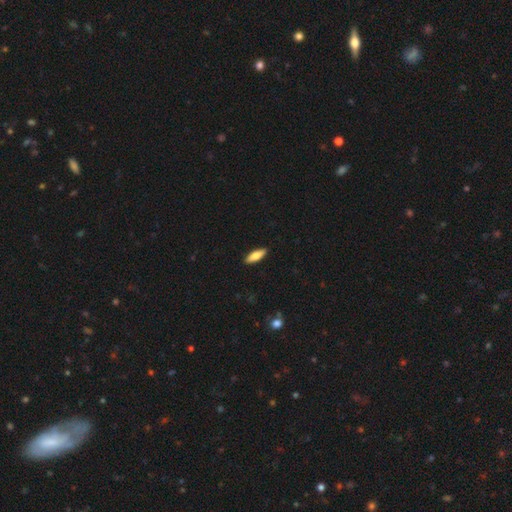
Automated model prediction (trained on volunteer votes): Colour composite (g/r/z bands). It shows a smooth galaxy with no disk features (77%) that is in between round and cigar-shaped (56%). Merging: none (90%).